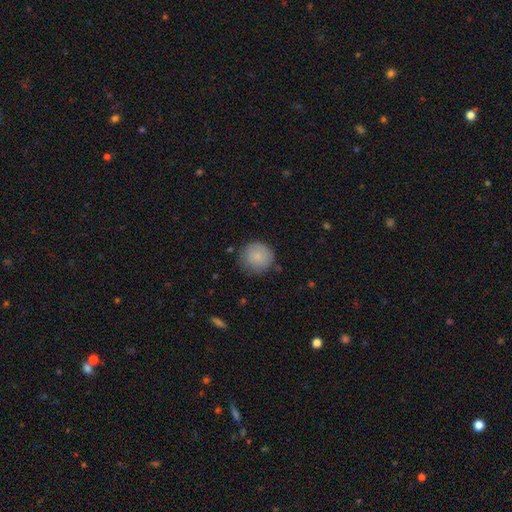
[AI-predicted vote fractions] Overall: smooth (83%). How rounded: round (92%). Merging: none (77%).